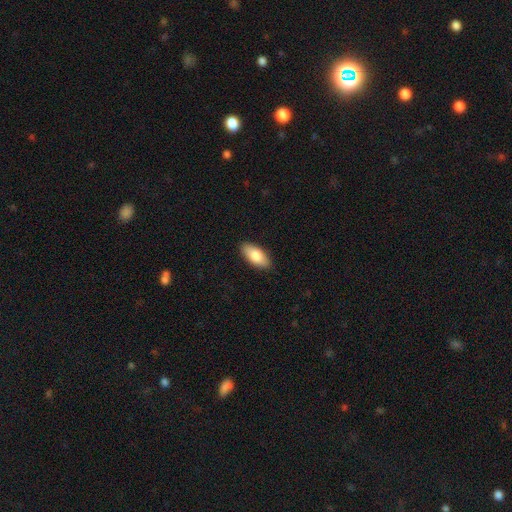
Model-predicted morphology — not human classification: Smooth or featured? Predicted: smooth (p=0.82). How rounded? Predicted: in between (p=0.90). Merging? Predicted: none (p=0.89).